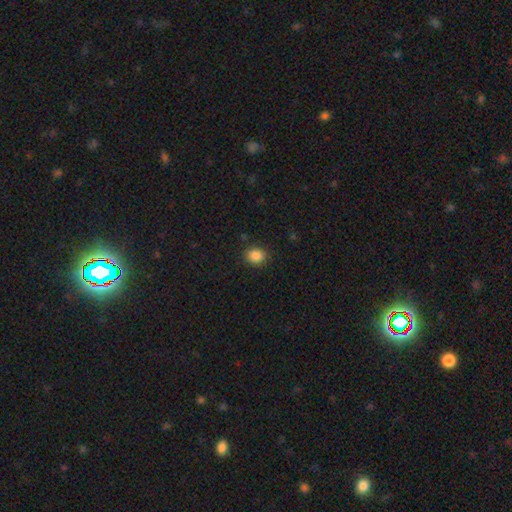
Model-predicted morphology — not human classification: Smooth or featured? Predicted: smooth (p=0.86). How rounded? Predicted: round (p=0.68). Merging? Predicted: none (p=0.88).